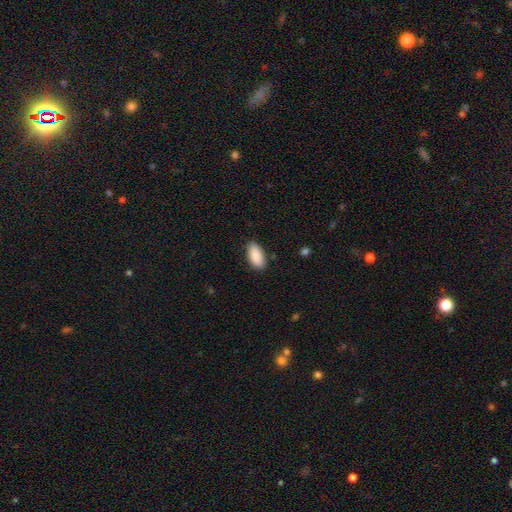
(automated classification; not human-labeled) A smooth galaxy with no disk features (91%) that is in between round and cigar-shaped (93%). Merging: none (85%).